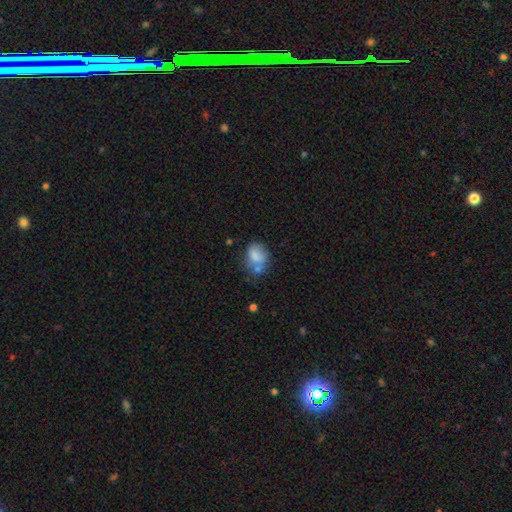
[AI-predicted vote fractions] This is likely a smooth galaxy (75%). How rounded: likely in between (60%). Merging: marginally none (40%).